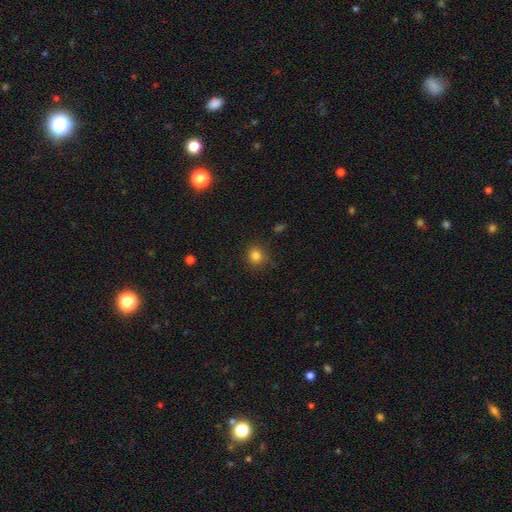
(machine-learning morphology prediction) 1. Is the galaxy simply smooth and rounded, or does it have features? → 82% smooth, 13% star or artifact, 5% featured or disk.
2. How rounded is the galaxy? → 88% round, 11% in between, 1% cigar-shaped.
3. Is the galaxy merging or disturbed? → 84% none, 12% minor disturbance, 3% major disturbance, 1% merger.